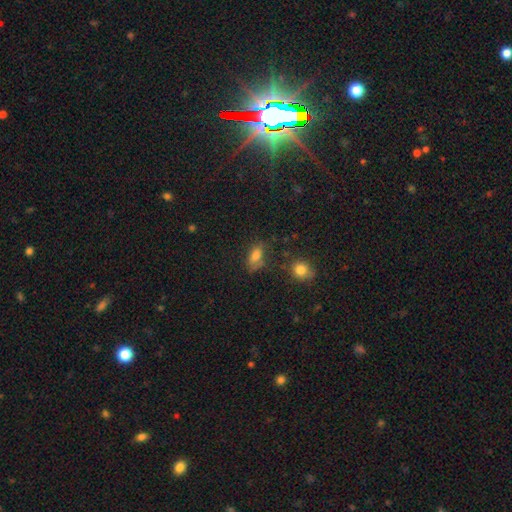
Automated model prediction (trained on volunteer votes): This is likely a smooth galaxy (75%). How rounded: clearly in between (82%). Merging: likely none (61%).